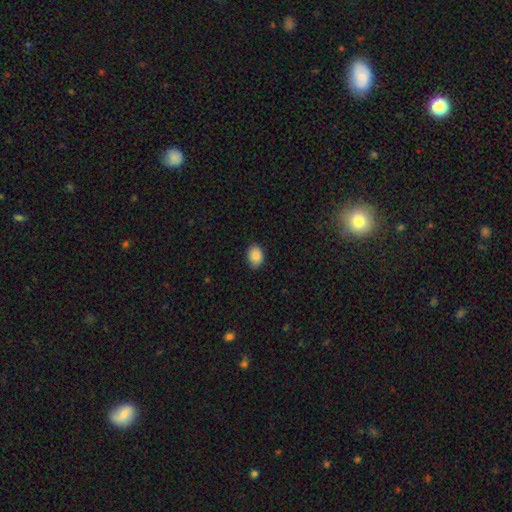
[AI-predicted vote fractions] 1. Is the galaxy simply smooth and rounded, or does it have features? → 88% smooth, 8% star or artifact, 4% featured or disk.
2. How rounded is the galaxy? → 76% in between, 23% round, 1% cigar-shaped.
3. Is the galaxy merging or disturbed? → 84% none, 13% minor disturbance, 2% major disturbance, 1% merger.